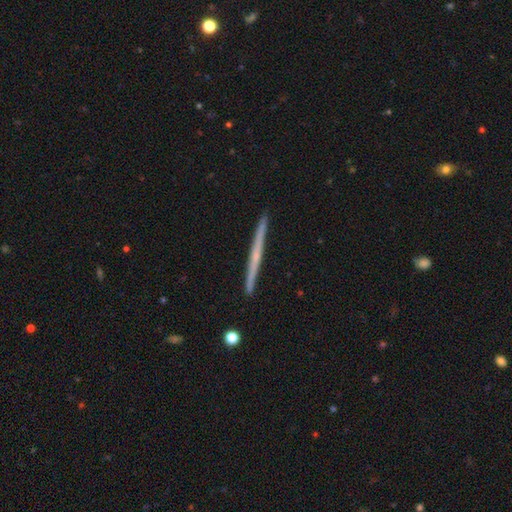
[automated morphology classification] Smooth or featured? Predicted: featured or disk (p=0.65). Edge-on disk? Predicted: yes (p=0.98). Edge-on bulge? Predicted: none (p=0.69). Merging? Predicted: none (p=0.92).